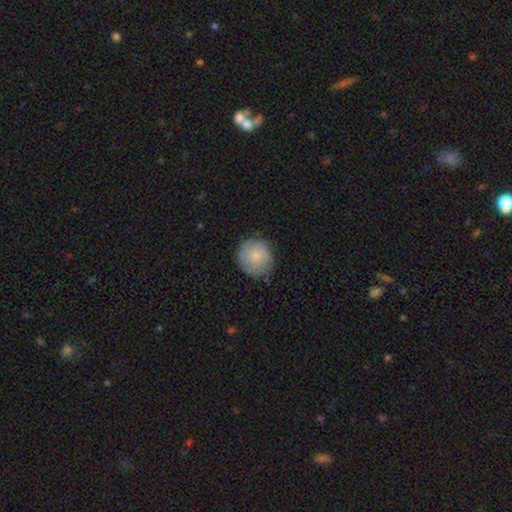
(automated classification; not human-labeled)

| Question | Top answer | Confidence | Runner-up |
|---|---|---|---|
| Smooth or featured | smooth | 66% | featured or disk (27%) |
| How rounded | round | 88% | in between (11%) |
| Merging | none | 67% | minor disturbance (25%) |